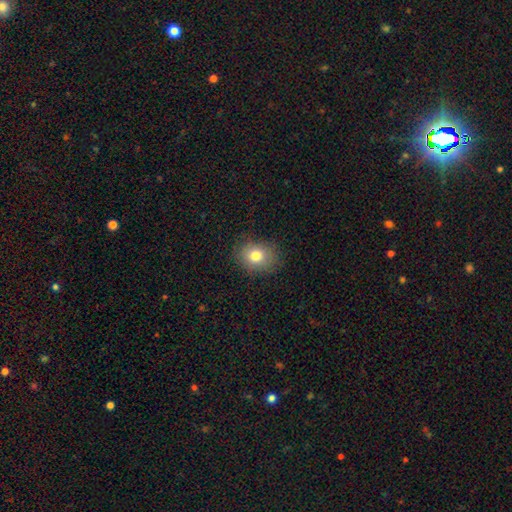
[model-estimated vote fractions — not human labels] Q: Smooth or featured?
A: smooth (79%); runner-up: star or artifact (11%)
Q: How rounded?
A: round (51%); runner-up: in between (48%)
Q: Merging?
A: none (84%); runner-up: minor disturbance (12%)